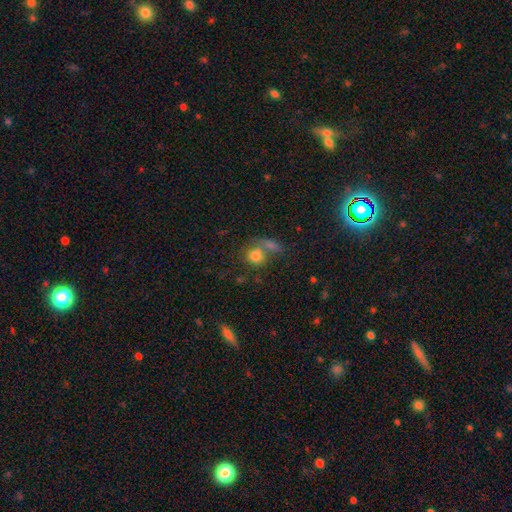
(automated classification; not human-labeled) smooth 76%, featured or disk 13%, star or artifact 11%. Down the decision tree: how rounded — round (72%); merging — merger (45%).